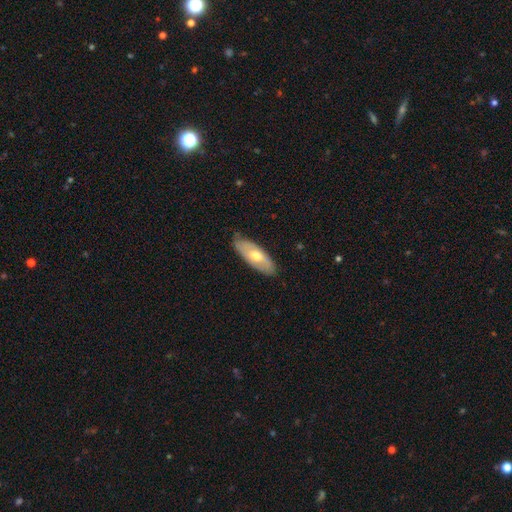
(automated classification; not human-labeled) Morphology: type=smooth (50%); merging=none (79%).